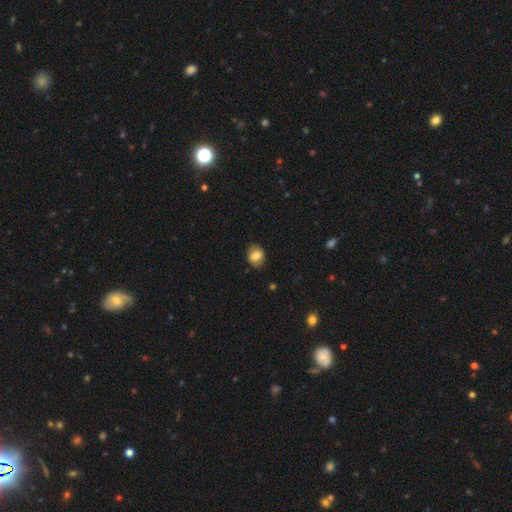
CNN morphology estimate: Q: Smooth or featured?
A: smooth (75%); runner-up: featured or disk (17%)
Q: How rounded?
A: in between (63%); runner-up: round (36%)
Q: Merging?
A: none (82%); runner-up: minor disturbance (13%)